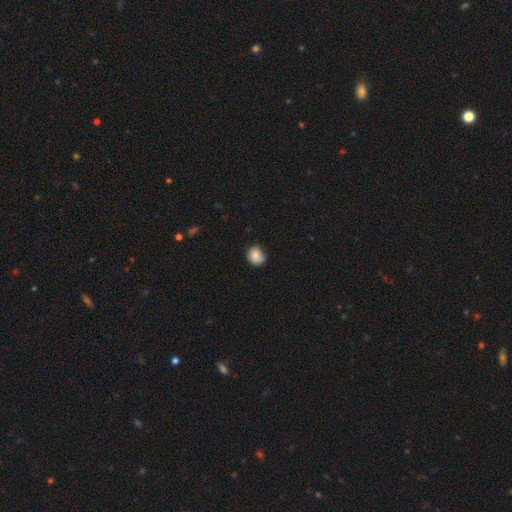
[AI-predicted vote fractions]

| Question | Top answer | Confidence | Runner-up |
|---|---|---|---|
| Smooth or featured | smooth | 83% | star or artifact (9%) |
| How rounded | round | 72% | in between (28%) |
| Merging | none | 71% | minor disturbance (23%) |